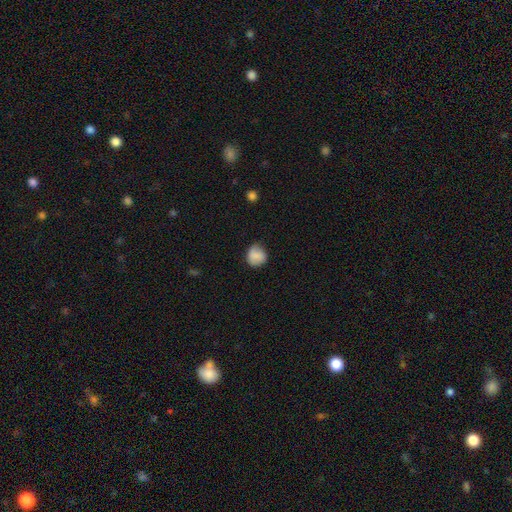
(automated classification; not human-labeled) Overall: smooth (82%). How rounded: round (81%). Merging: none (69%).